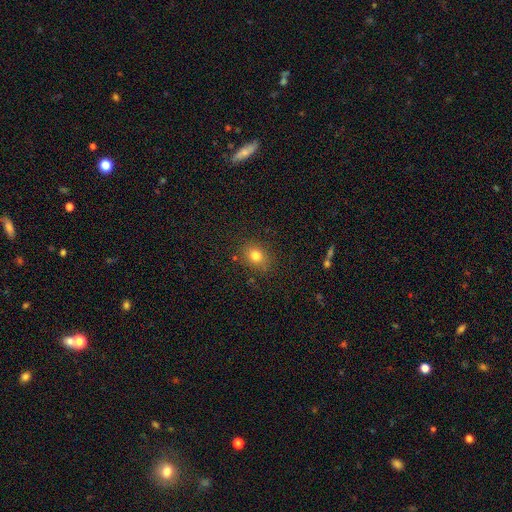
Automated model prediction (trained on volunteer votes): Overall: smooth (78%). How rounded: round (53%; in between 46%). Merging: none (84%).